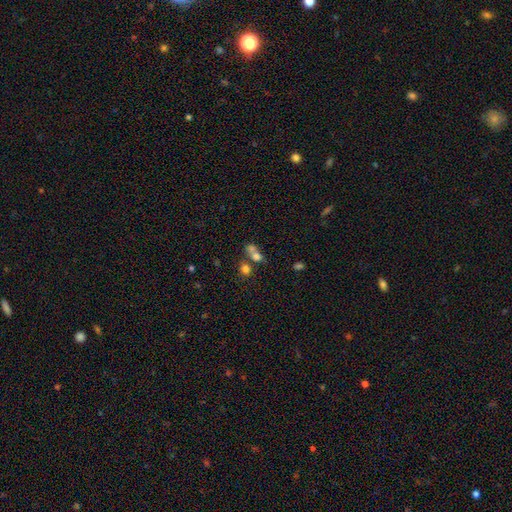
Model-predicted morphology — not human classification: smooth_or_featured: smooth (p=0.71) [alt: featured or disk p=0.15]
how_rounded: round (p=0.56) [alt: in between p=0.42]
merging: merger (p=0.58) [alt: none p=0.30]